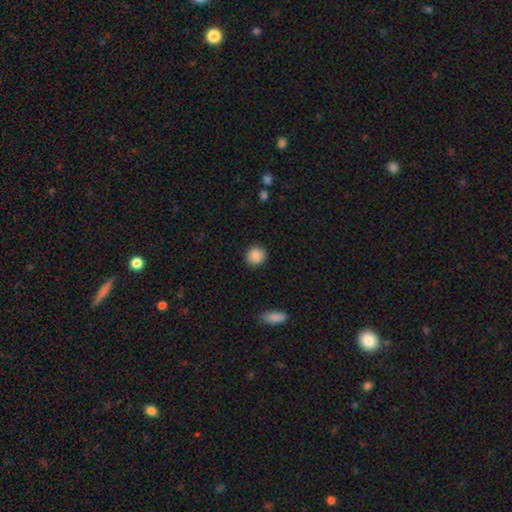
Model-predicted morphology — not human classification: Smooth or featured: smooth — 87% (star or artifact — 8%)
How rounded: round — 89% (in between — 10%)
Merging: none — 90% (minor disturbance — 7%)